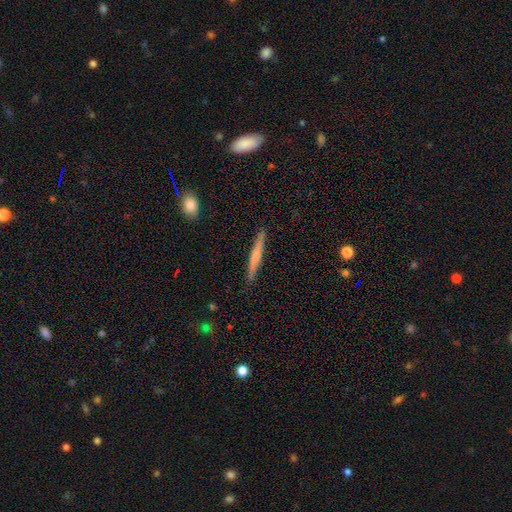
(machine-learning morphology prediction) The model was most divided on "smooth or featured": smooth: 54%, featured or disk: 40%, star or artifact: 6%. More confident: how rounded — cigar-shaped (95%); merging — none (89%).